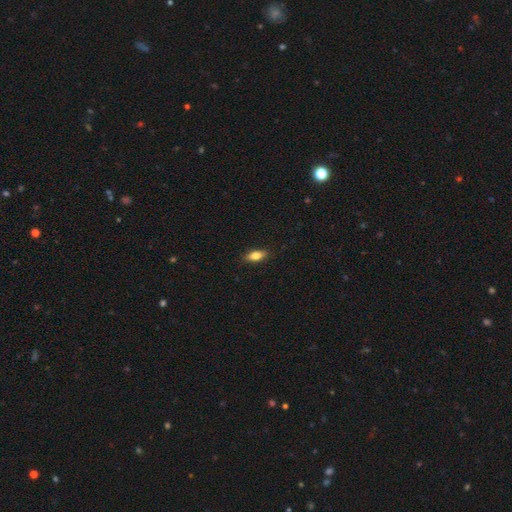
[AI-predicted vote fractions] smooth-or-featured: smooth: 75% | featured or disk: 18% | star or artifact: 7%
  how-rounded: in between: 79% | cigar-shaped: 17% | round: 4%
  merging: none: 88% | minor disturbance: 9% | major disturbance: 2% | merger: 1%